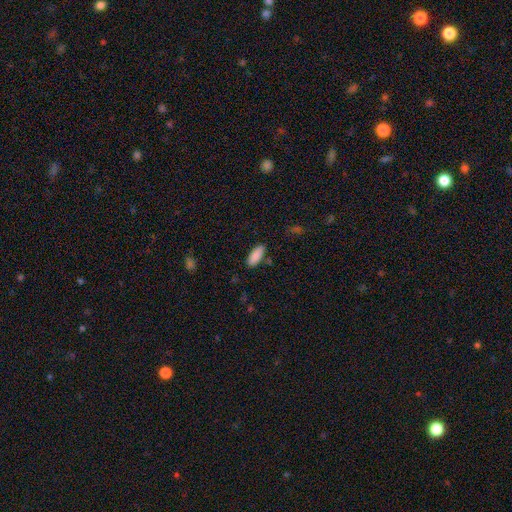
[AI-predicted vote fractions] This appears to be a smooth galaxy with no disk features (89%) that is in between round and cigar-shaped (79%). Merging: none (85%).